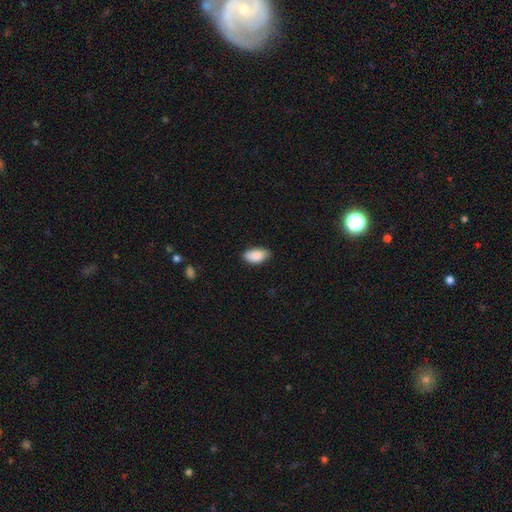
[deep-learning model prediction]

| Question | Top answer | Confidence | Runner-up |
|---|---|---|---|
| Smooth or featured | smooth | 89% | star or artifact (7%) |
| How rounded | in between | 94% | round (3%) |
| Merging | none | 81% | minor disturbance (15%) |